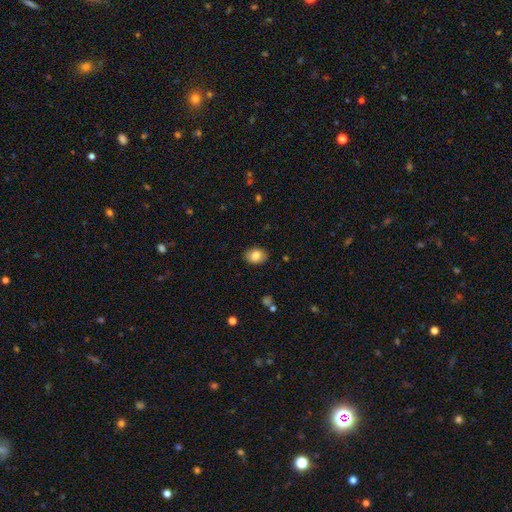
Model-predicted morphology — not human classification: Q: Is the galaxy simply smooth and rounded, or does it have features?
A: smooth — 83%.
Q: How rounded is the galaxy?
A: in between — 73%.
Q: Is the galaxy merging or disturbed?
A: none — 86%.